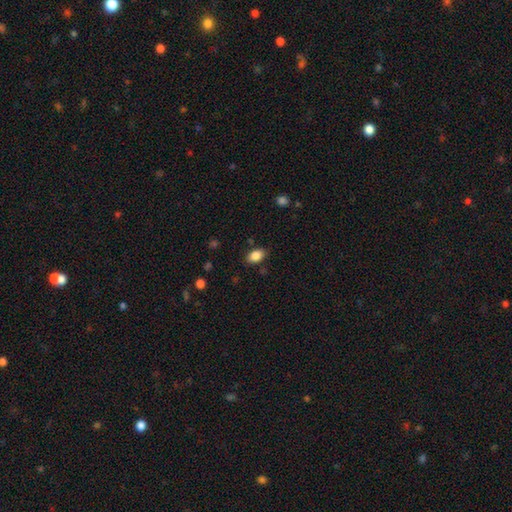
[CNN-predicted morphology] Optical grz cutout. It shows a smooth galaxy with no disk features (86%) that is in between round and cigar-shaped (87%). Merging: none (84%).